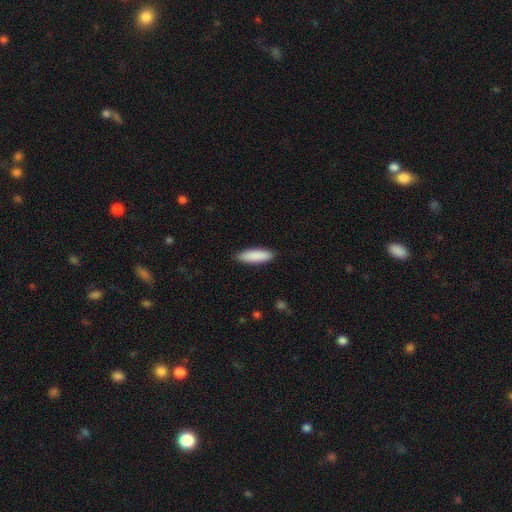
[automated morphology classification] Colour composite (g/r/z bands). It shows a smooth galaxy with no disk features (89%) that is cigar-shaped (56%). Merging: none (89%).